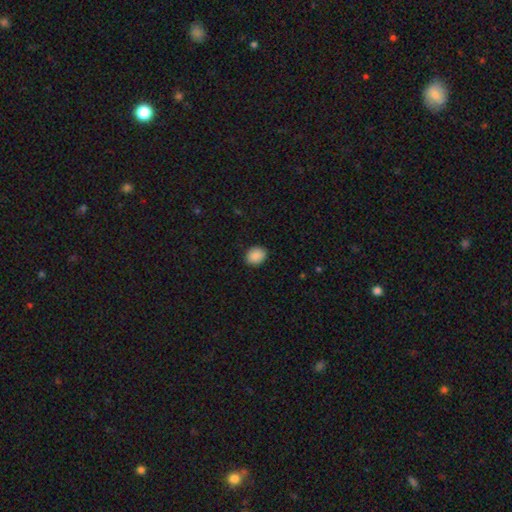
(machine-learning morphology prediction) Smooth or featured: smooth — 90% (star or artifact — 8%)
How rounded: round — 51% (in between — 48%)
Merging: none — 89% (minor disturbance — 8%)